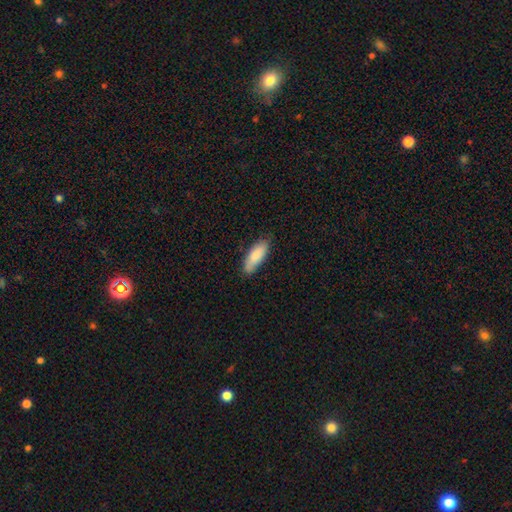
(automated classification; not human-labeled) A smooth galaxy with no disk features (86%) that is in between round and cigar-shaped (66%).

Vote fractions:
- Smooth or featured? smooth: 86% / featured or disk: 9% / star or artifact: 6%
- How rounded? in between: 66% / cigar-shaped: 32% / round: 2%
- Merging? none: 76% / minor disturbance: 19% / major disturbance: 3% / merger: 1%